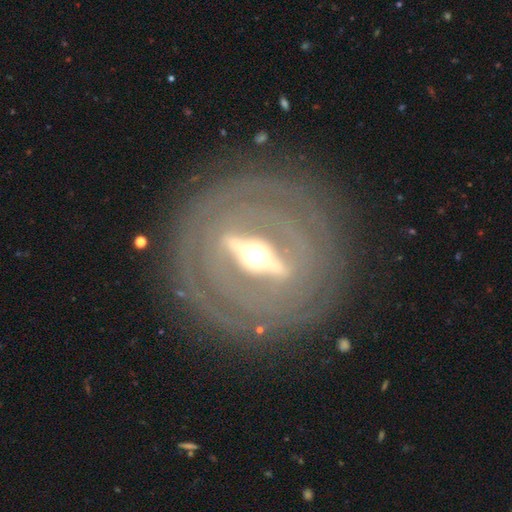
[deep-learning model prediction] Smooth or featured: featured or disk — 88% (smooth — 7%)
Edge-on disk: no — 61% (yes — 39%)
Bar: strong — 83% (weak — 11%)
Spiral arms: yes — 51% (no — 49%)
Bulge size: moderate — 69% (small — 18%)
Merging: none — 86% (minor disturbance — 9%)